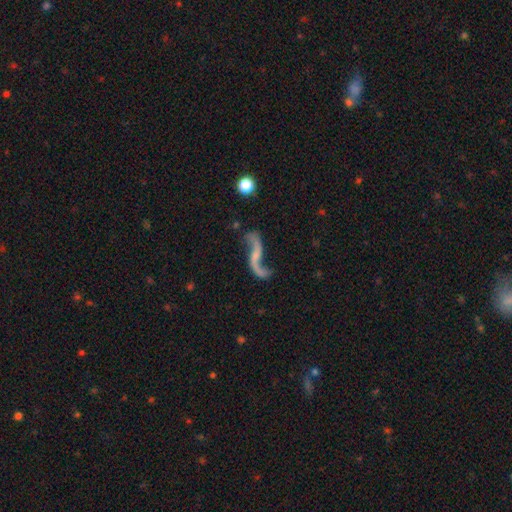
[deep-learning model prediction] featured or disk 87%, smooth 6%, star or artifact 6%. Down the decision tree: edge-on disk — no (93%); bar — no (49%); spiral arms — yes (94%); spiral arm count — 2 (91%); spiral winding — loose (94%); bulge size — small (42%, tied with none); merging — none (65%).